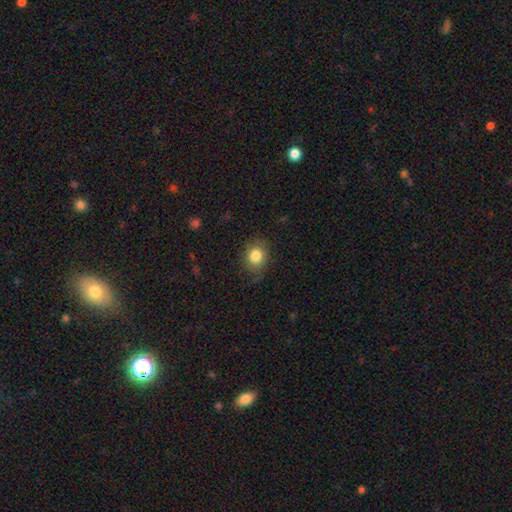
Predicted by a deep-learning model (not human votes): This appears to be a smooth galaxy with no disk features (83%) that is round (62%). Merging: none (75%).